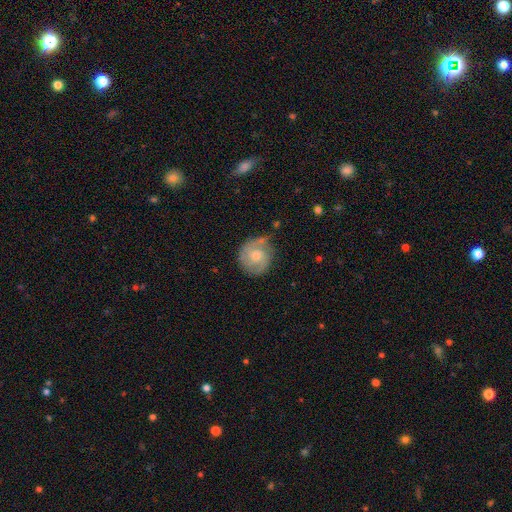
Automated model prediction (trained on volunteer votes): This is likely a featured or disk galaxy (67%). It is clearly not viewed edge-on (98%). Bar: likely no (69%). Spiral arm pattern: clearly yes (90%). Spiral arm count: possibly 2 (57%). Spiral winding: possibly tight (47%). Central bulge: possibly small (46%). Merging: likely none (62%).